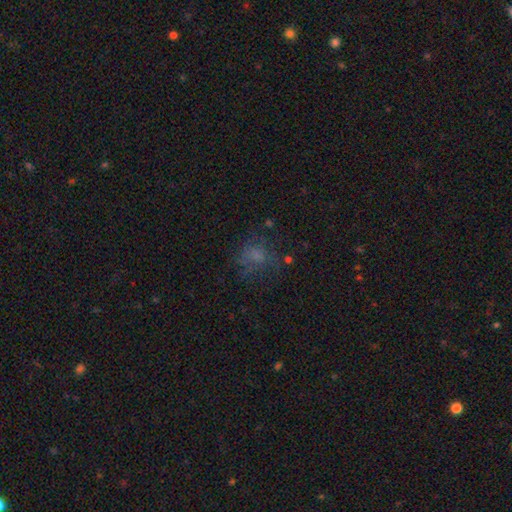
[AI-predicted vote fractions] The model was most divided on "merging": none: 52%, major disturbance: 25%, minor disturbance: 20%, merger: 3%. More confident: how rounded — round (64%); smooth or featured — smooth (54%).